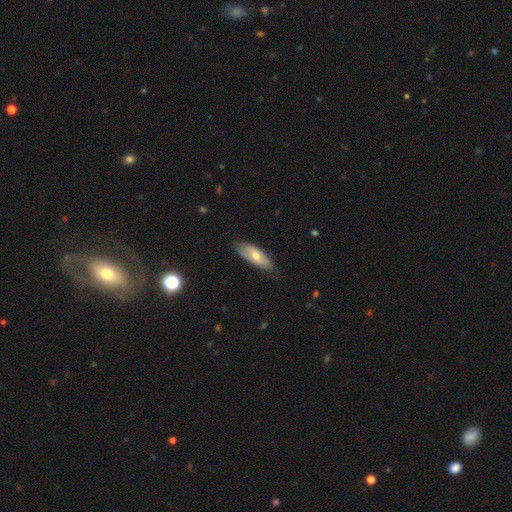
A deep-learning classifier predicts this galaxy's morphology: Smooth or featured?
  - smooth: 67% *
  - featured or disk: 28%
  - star or artifact: 6%
How rounded?
  - in between: 76% *
  - cigar-shaped: 22%
  - round: 2%
Merging?
  - none: 73% *
  - minor disturbance: 22%
  - major disturbance: 3%
  - merger: 1%